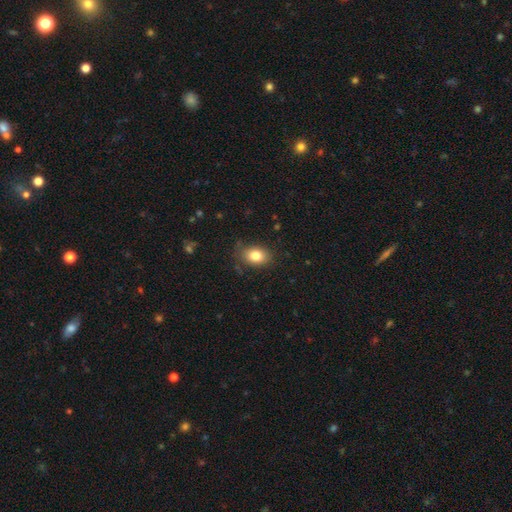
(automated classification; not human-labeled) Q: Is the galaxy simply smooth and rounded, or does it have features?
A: smooth — 82%.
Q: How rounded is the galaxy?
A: in between — 71%.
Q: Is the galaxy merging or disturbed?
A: none — 79%.